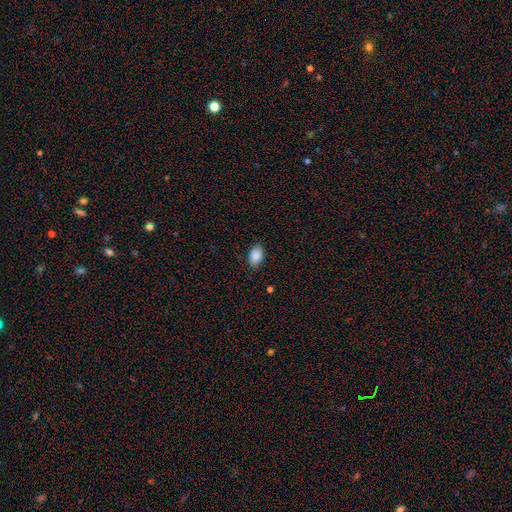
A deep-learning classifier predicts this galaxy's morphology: Smooth or featured? Predicted: smooth (p=0.89). How rounded? Predicted: in between (p=0.85). Merging? Predicted: none (p=0.84).